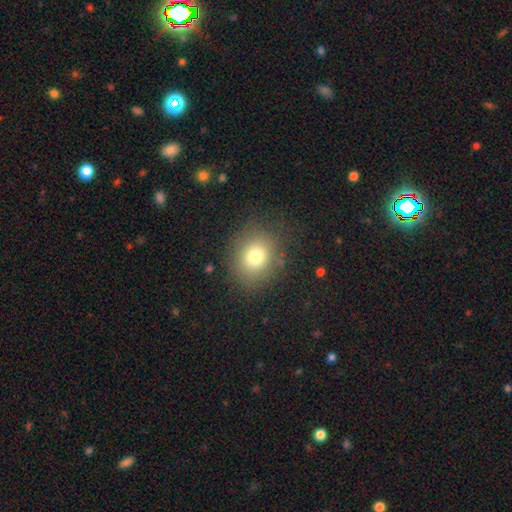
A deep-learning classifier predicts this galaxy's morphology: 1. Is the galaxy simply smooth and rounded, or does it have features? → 75% smooth, 16% star or artifact, 9% featured or disk.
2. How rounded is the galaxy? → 67% round, 32% in between, 1% cigar-shaped.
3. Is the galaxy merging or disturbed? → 86% none, 9% minor disturbance, 3% major disturbance, 1% merger.